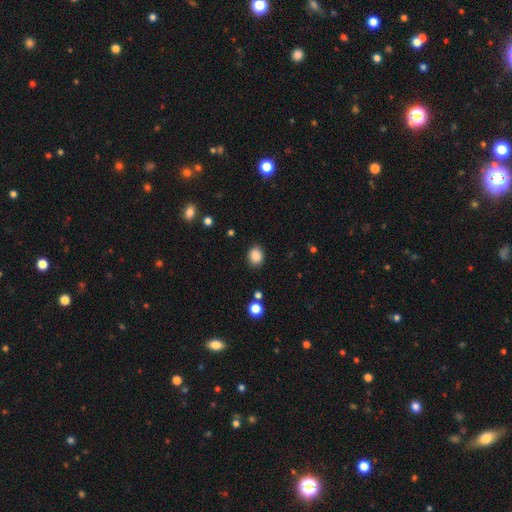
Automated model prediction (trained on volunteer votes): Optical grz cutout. It shows a smooth galaxy with no disk features (87%) that is round (52%). Merging: none (86%).